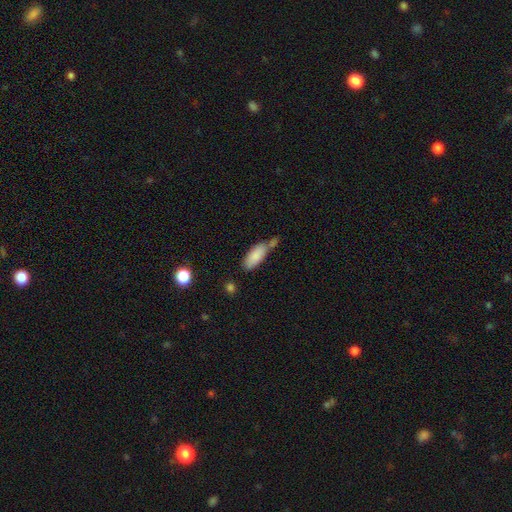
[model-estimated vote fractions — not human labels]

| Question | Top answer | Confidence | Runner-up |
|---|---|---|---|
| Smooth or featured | smooth | 86% | featured or disk (8%) |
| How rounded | in between | 79% | cigar-shaped (19%) |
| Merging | none | 50% | merger (24%) |